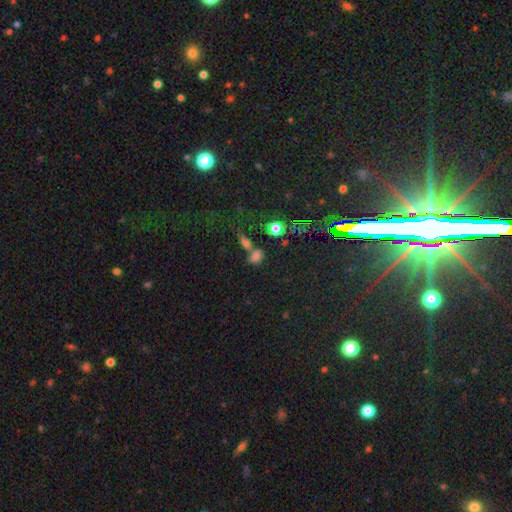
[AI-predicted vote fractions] Smooth or featured? Predicted: smooth (p=0.65). How rounded? Predicted: in between (p=0.70). Merging? Predicted: merger (p=0.43).